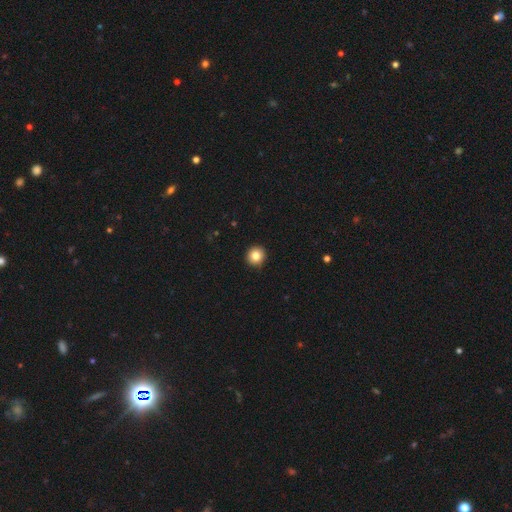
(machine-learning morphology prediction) Overall: smooth (83%). How rounded: round (94%). Merging: none (93%).